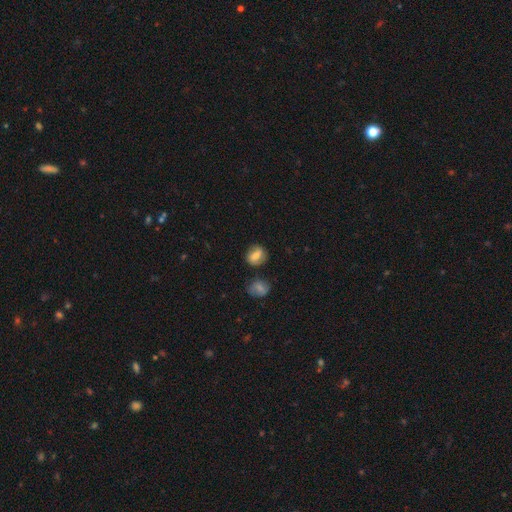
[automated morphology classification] smooth 63%, featured or disk 28%, star or artifact 9%. Down the decision tree: how rounded — round (58%); merging — none (75%).